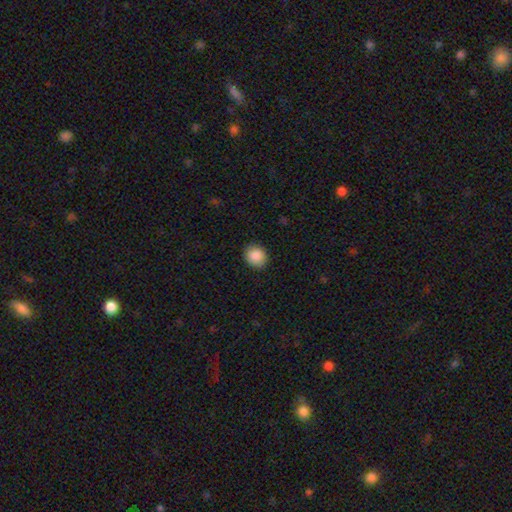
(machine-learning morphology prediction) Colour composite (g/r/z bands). It shows a smooth galaxy with no disk features (89%) that is round (71%). Merging: none (89%).